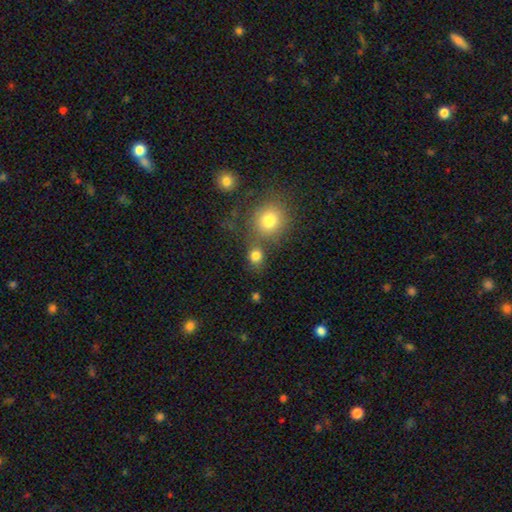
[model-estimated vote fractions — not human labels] Smooth or featured?
  - smooth: 80% *
  - star or artifact: 13%
  - featured or disk: 7%
How rounded?
  - round: 72% *
  - in between: 27%
  - cigar-shaped: 1%
Merging?
  - none: 56% *
  - merger: 27%
  - minor disturbance: 11%
  - major disturbance: 6%